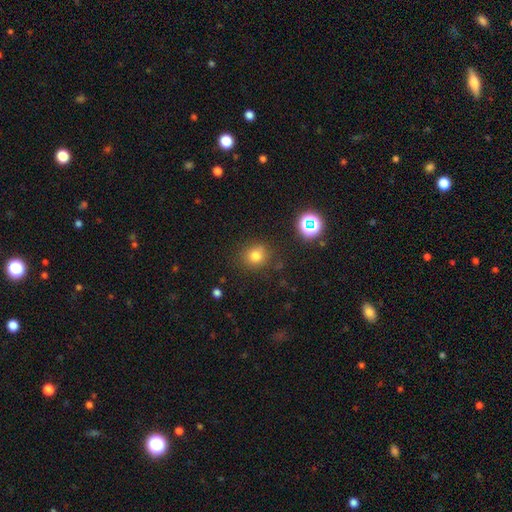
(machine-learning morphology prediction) smooth_or_featured: smooth (p=0.76) [alt: star or artifact p=0.17]
how_rounded: round (p=0.83) [alt: in between p=0.16]
merging: none (p=0.83) [alt: minor disturbance p=0.11]